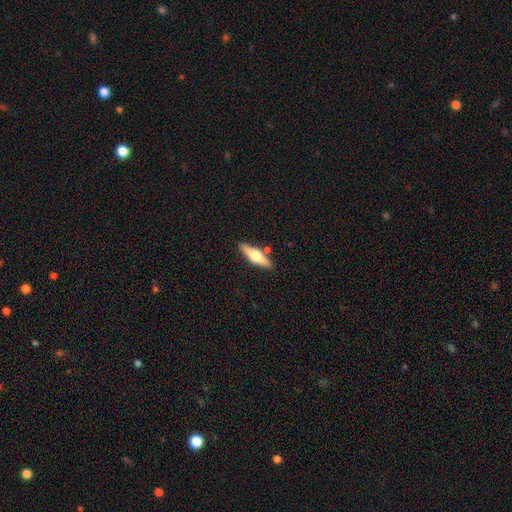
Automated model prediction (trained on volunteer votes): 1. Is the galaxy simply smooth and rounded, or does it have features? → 54% featured or disk, 40% smooth, 6% star or artifact.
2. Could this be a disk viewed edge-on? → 93% yes, 7% no.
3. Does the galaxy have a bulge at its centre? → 95% rounded, 4% boxy, 2% none.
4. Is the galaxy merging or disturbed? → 84% none, 10% minor disturbance, 4% merger, 2% major disturbance.